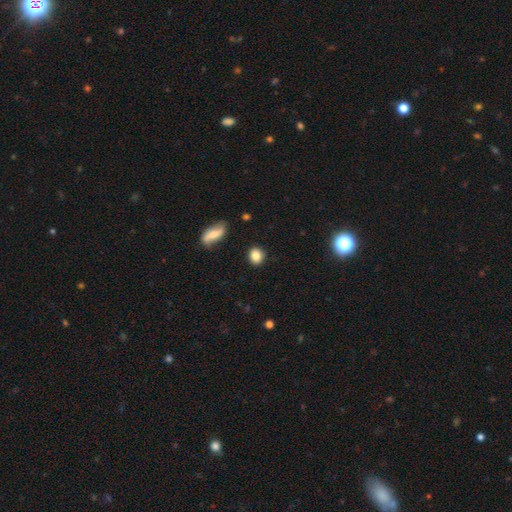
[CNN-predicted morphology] Smooth or featured? Predicted: smooth (p=0.84). How rounded? Predicted: round (p=0.69). Merging? Predicted: none (p=0.87).